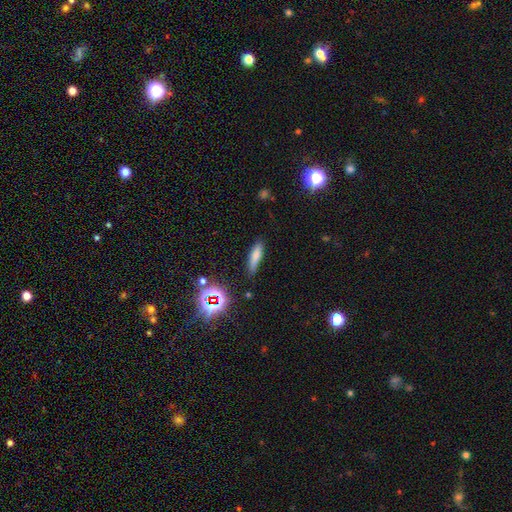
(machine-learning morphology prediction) type=smooth (73%); roundness=cigar-shaped (66%); merging=none (74%).